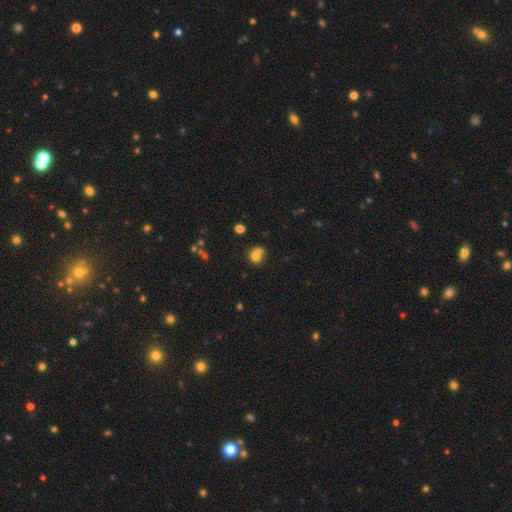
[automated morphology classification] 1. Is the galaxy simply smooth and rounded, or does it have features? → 72% smooth, 14% featured or disk, 14% star or artifact.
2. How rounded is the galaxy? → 67% round, 32% in between, 1% cigar-shaped.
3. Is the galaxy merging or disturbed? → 40% merger, 36% none, 15% minor disturbance, 9% major disturbance.